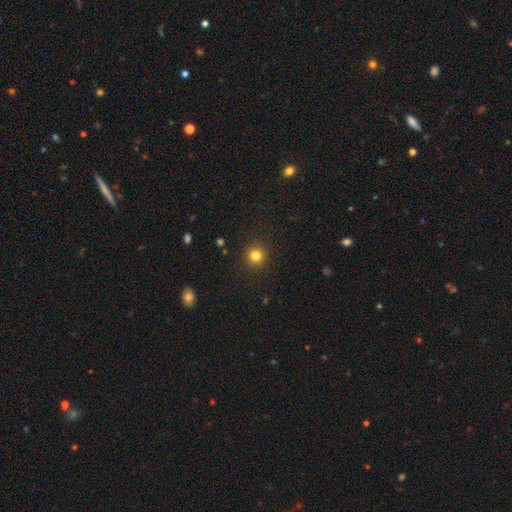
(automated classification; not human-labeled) Smooth or featured: smooth — 82% (star or artifact — 13%)
How rounded: round — 95% (in between — 4%)
Merging: none — 92% (minor disturbance — 5%)